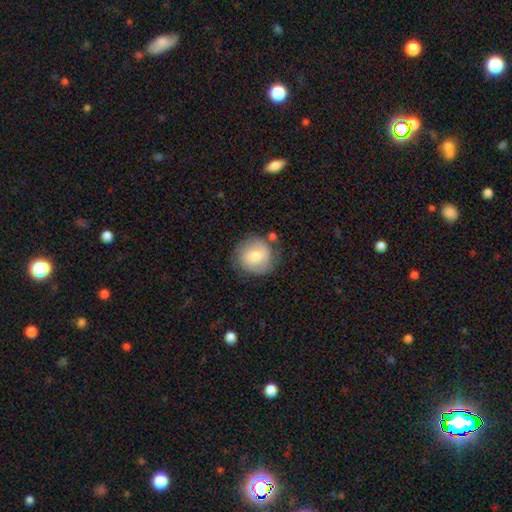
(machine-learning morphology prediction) smooth-or-featured: smooth: 71% | featured or disk: 22% | star or artifact: 7%
  how-rounded: round: 89% | in between: 10% | cigar-shaped: 1%
  merging: none: 71% | minor disturbance: 18% | major disturbance: 6% | merger: 5%